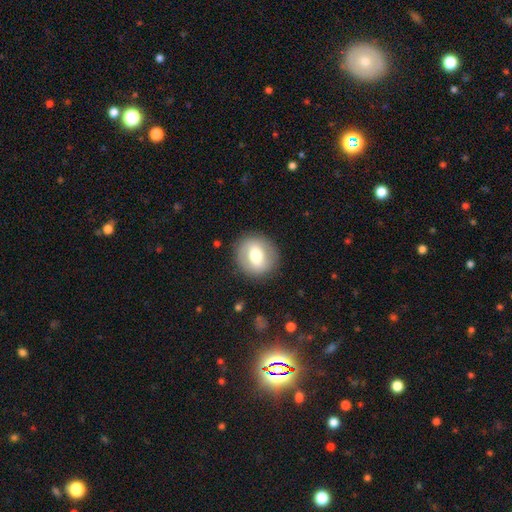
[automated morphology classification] smooth-or-featured: smooth: 59% | featured or disk: 34% | star or artifact: 7%
  how-rounded: round: 85% | in between: 14% | cigar-shaped: 1%
  merging: none: 87% | minor disturbance: 8% | major disturbance: 4% | merger: 1%